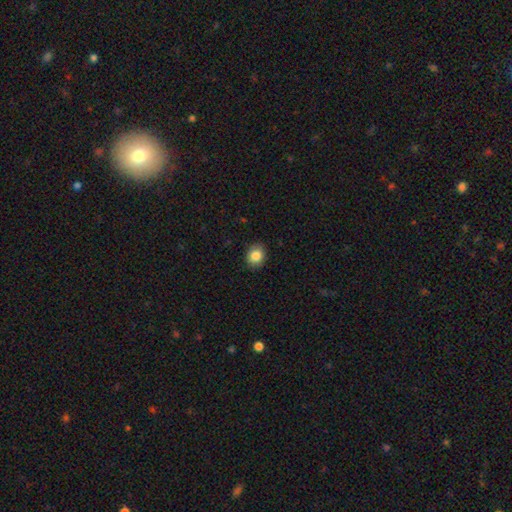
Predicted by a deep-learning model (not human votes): Overall: smooth (85%). How rounded: round (66%; in between 33%). Merging: none (88%).